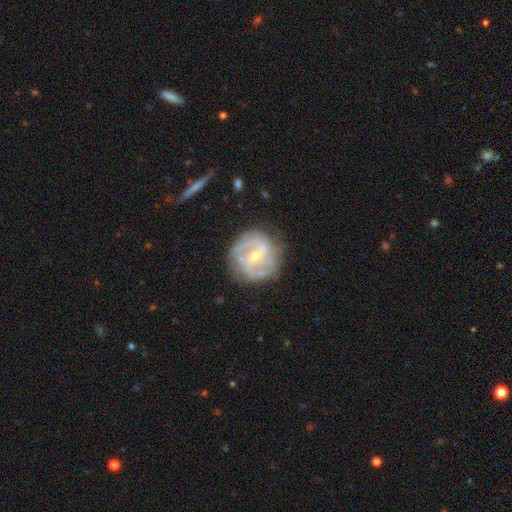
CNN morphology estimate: A featured or disk galaxy (81%) with a weak bar (48%), 2 (61%) medium (45%) spiral arms (90%) and a small central bulge (58%). Merging: none (77%).